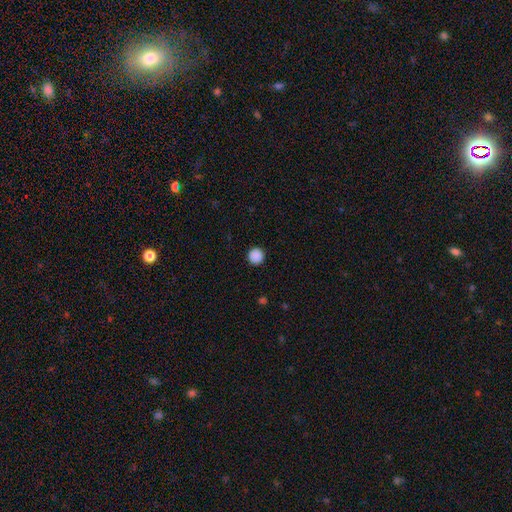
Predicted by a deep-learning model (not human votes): Smooth or featured: smooth — 89% (star or artifact — 9%)
How rounded: round — 95% (in between — 4%)
Merging: none — 93% (minor disturbance — 5%)